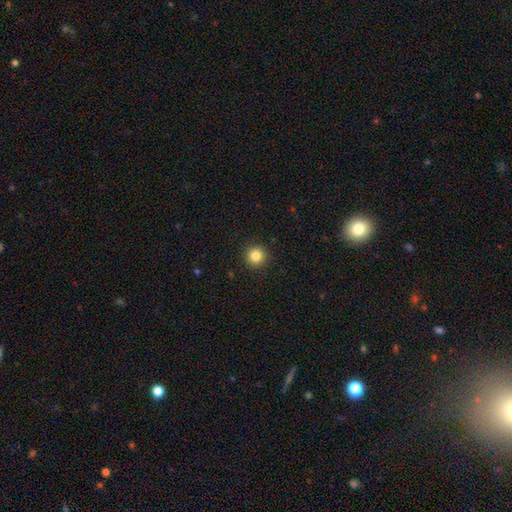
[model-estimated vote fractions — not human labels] Smooth or featured?
  - smooth: 84% *
  - star or artifact: 11%
  - featured or disk: 5%
How rounded?
  - round: 95% *
  - in between: 4%
  - cigar-shaped: 1%
Merging?
  - none: 93% *
  - minor disturbance: 5%
  - major disturbance: 2%
  - merger: 1%